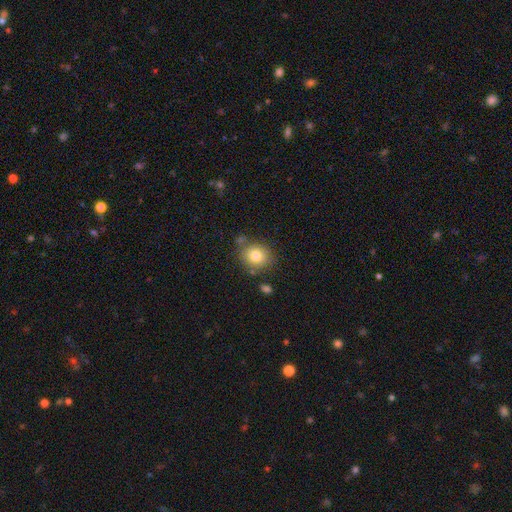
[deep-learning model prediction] Overall: smooth (79%). How rounded: round (77%). Merging: none (76%).